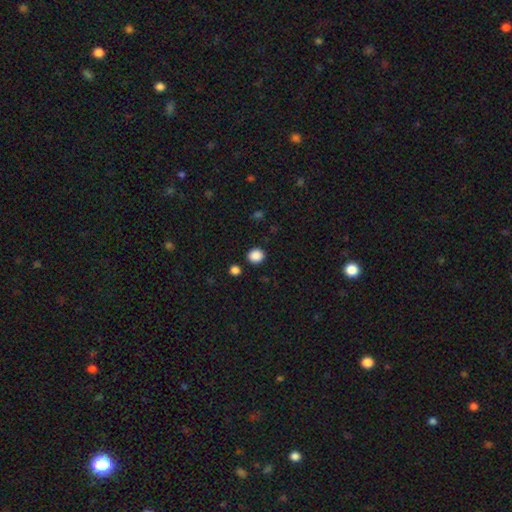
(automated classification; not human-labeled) Smooth or featured: smooth — 88% (star or artifact — 10%)
How rounded: round — 76% (in between — 23%)
Merging: none — 88% (minor disturbance — 7%)